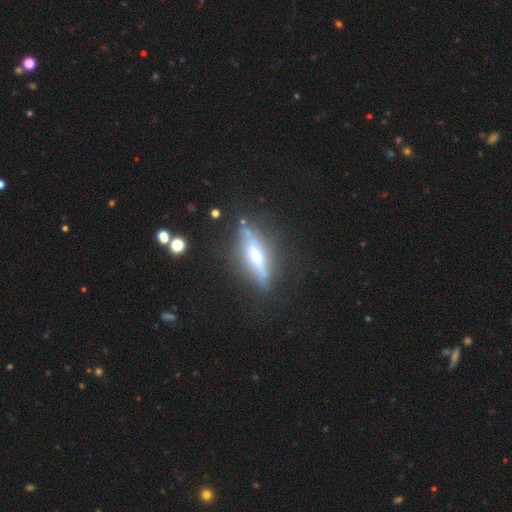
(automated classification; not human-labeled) Morphology: type=featured or disk (70%); edge-on=yes (87%); edge-on bulge=rounded (70%); merging=none (75%).